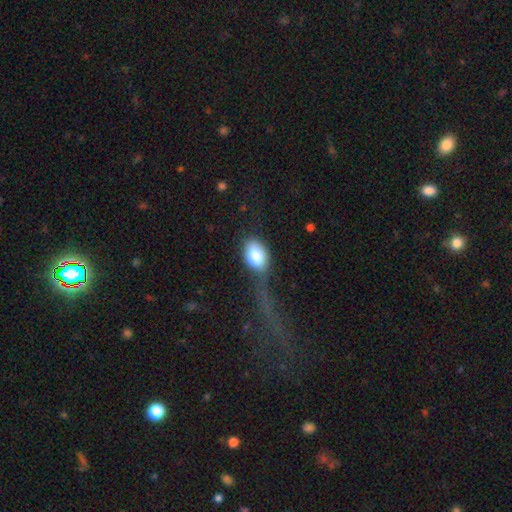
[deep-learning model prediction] This is clearly a smooth galaxy (81%). How rounded: clearly in between (82%). Merging: marginally none (38%).